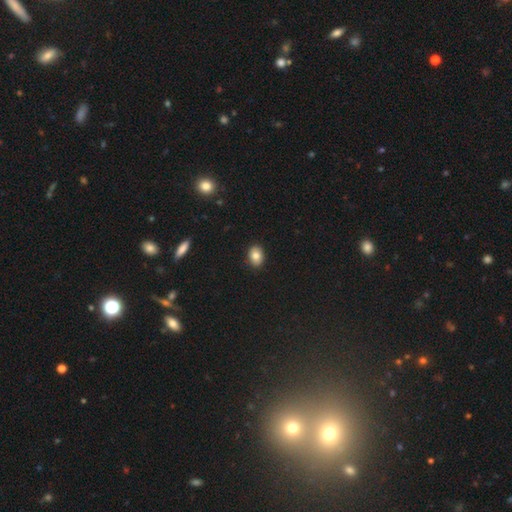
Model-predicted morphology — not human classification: A smooth galaxy with no disk features (83%) that is in between round and cigar-shaped (70%).

Vote fractions:
- Smooth or featured? smooth: 83% / star or artifact: 9% / featured or disk: 9%
- How rounded? in between: 70% / round: 28% / cigar-shaped: 1%
- Merging? none: 90% / minor disturbance: 7% / major disturbance: 2% / merger: 1%